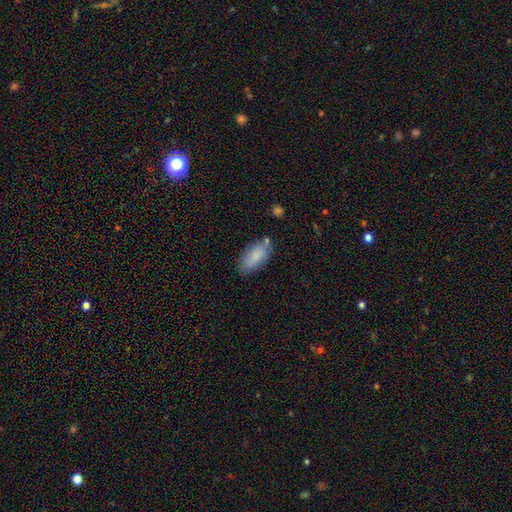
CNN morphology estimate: Smooth or featured?
  - smooth: 85% *
  - featured or disk: 8%
  - star or artifact: 7%
How rounded?
  - in between: 90% *
  - cigar-shaped: 8%
  - round: 2%
Merging?
  - none: 70% *
  - minor disturbance: 19%
  - merger: 6%
  - major disturbance: 4%